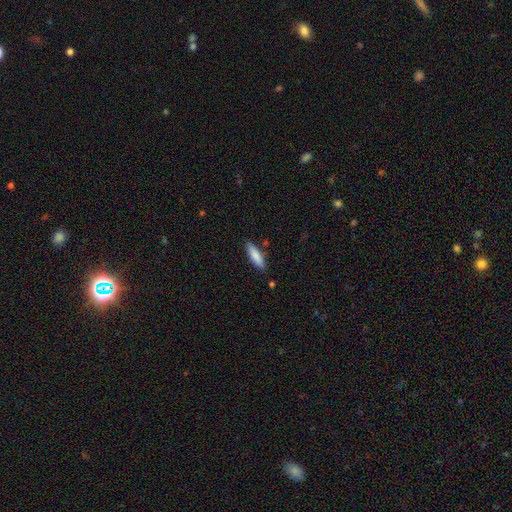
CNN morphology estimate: Smooth or featured?
  - smooth: 84% *
  - featured or disk: 11%
  - star or artifact: 6%
How rounded?
  - cigar-shaped: 66% *
  - in between: 33%
  - round: 1%
Merging?
  - none: 84% *
  - minor disturbance: 11%
  - merger: 3%
  - major disturbance: 2%